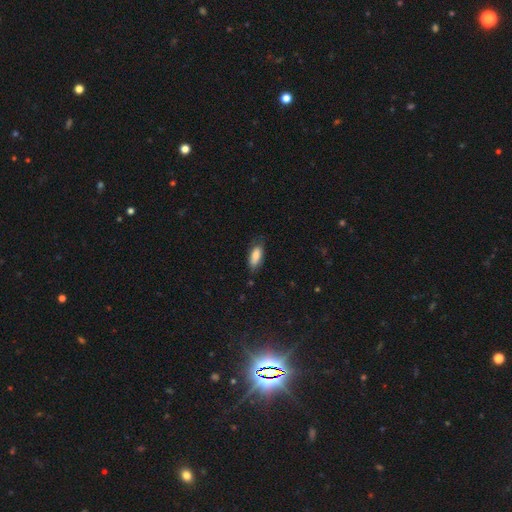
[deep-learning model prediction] Morphology: type=smooth (81%); roundness=in between (77%); merging=none (68%).